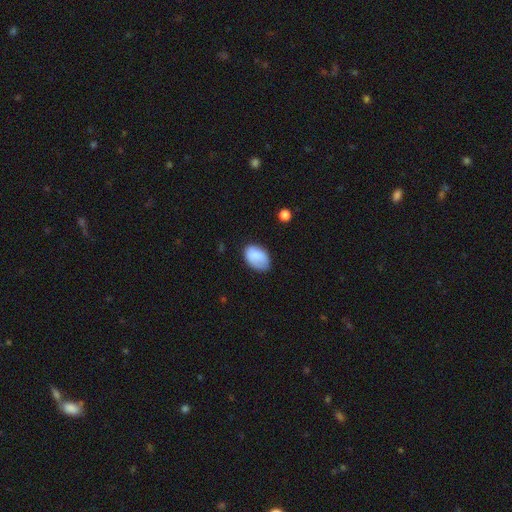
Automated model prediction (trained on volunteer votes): A smooth galaxy with no disk features (84%) that is in between round and cigar-shaped (88%). Merging: none (68%).